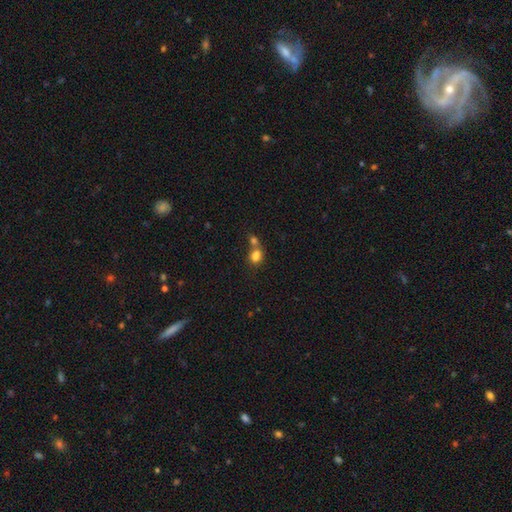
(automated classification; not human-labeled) A smooth galaxy with no disk features (80%) that is round (50%). Merging: merger (54%).